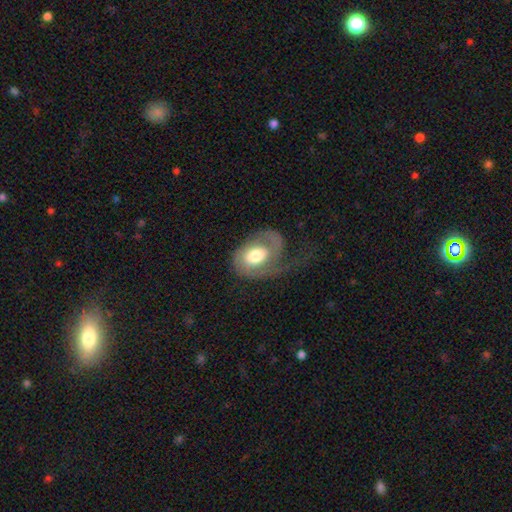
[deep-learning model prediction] Q: Smooth or featured?
A: featured or disk (62%); runner-up: smooth (32%)
Q: Edge-on disk?
A: no (96%); runner-up: yes (4%)
Q: Bar?
A: no (72%); runner-up: weak (22%)
Q: Spiral arms?
A: yes (78%); runner-up: no (22%)
Q: Bulge size?
A: moderate (61%); runner-up: large (27%)
Q: Merging?
A: major disturbance (48%); runner-up: none (30%)